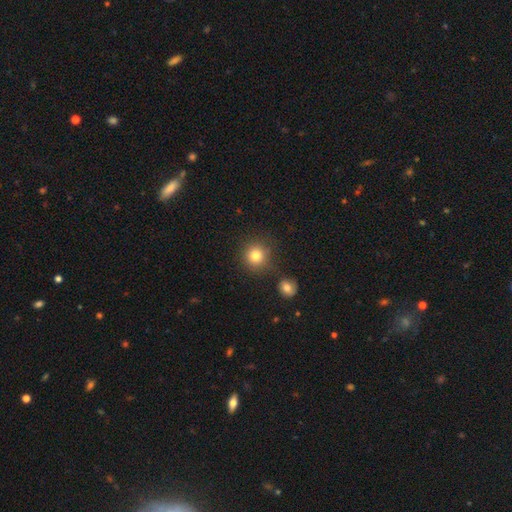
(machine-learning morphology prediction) A smooth galaxy with no disk features (80%) that is round (93%). Merging: none (81%).